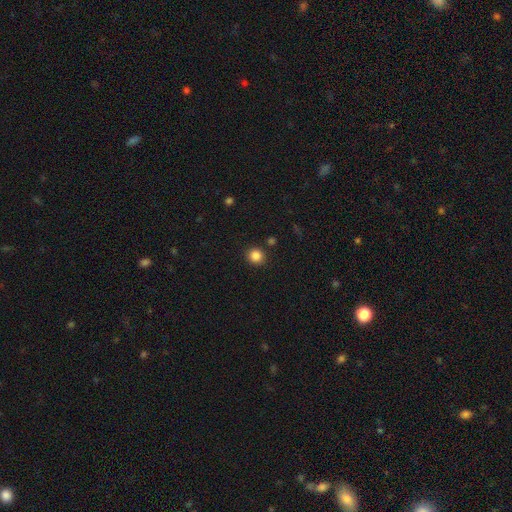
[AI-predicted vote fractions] Q: Smooth or featured?
A: smooth (85%); runner-up: star or artifact (11%)
Q: How rounded?
A: round (92%); runner-up: in between (7%)
Q: Merging?
A: none (89%); runner-up: minor disturbance (6%)